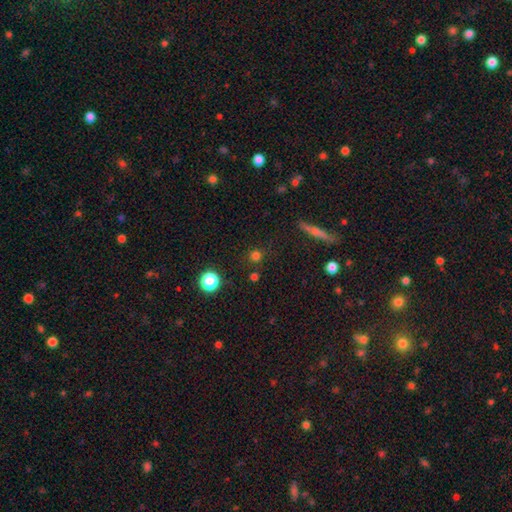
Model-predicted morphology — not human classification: A smooth galaxy with no disk features (73%) that is round (93%).

Vote fractions:
- Smooth or featured? smooth: 73% / star or artifact: 21% / featured or disk: 6%
- How rounded? round: 93% / in between: 6% / cigar-shaped: 1%
- Merging? none: 85% / minor disturbance: 8% / merger: 4% / major disturbance: 3%